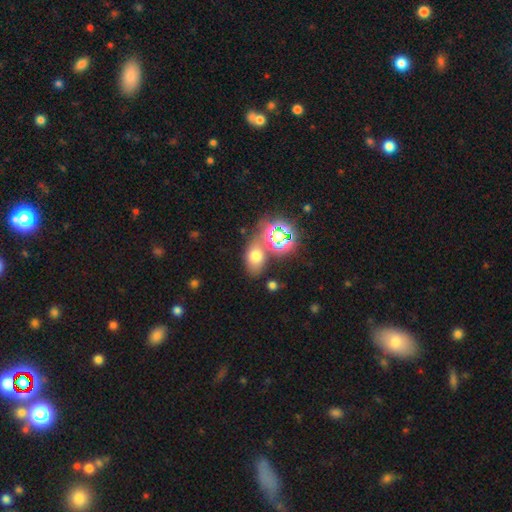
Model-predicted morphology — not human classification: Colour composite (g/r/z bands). It shows a smooth galaxy with no disk features (61%) that is in between round and cigar-shaped (68%). Merging: none (58%).